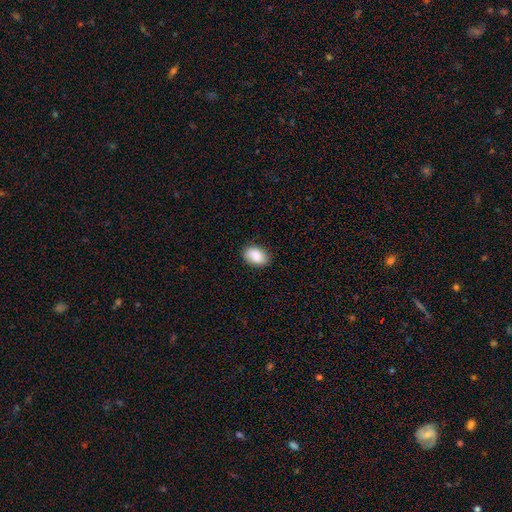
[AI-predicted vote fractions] Smooth or featured? Predicted: smooth (p=0.88). How rounded? Predicted: in between (p=0.86). Merging? Predicted: none (p=0.85).